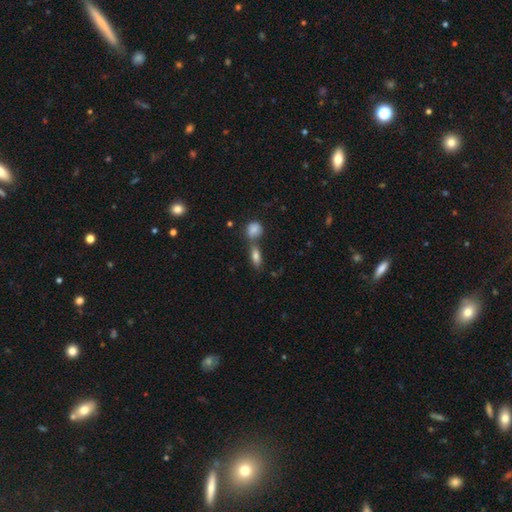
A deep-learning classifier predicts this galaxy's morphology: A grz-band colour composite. It shows a smooth galaxy with no disk features (67%) that is in between round and cigar-shaped (67%). Merging: none (58%).